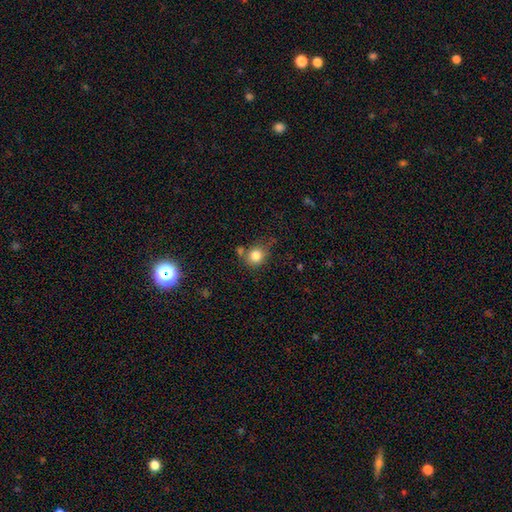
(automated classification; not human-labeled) smooth-or-featured: smooth: 82% | star or artifact: 11% | featured or disk: 7%
  how-rounded: round: 81% | in between: 18% | cigar-shaped: 1%
  merging: none: 64% | minor disturbance: 18% | merger: 13% | major disturbance: 5%